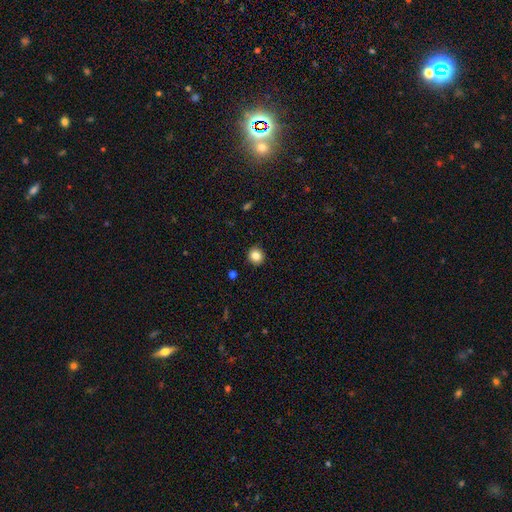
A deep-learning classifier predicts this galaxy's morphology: This appears to be a smooth galaxy with no disk features (84%) that is round (91%). Merging: none (92%).